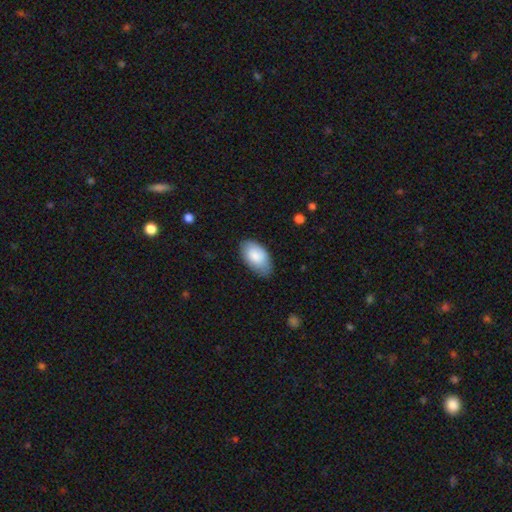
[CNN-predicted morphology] Smooth or featured? Predicted: smooth (p=0.85). How rounded? Predicted: in between (p=0.95). Merging? Predicted: none (p=0.76).